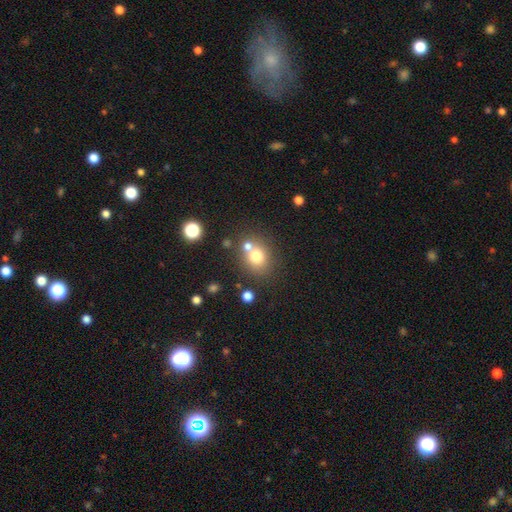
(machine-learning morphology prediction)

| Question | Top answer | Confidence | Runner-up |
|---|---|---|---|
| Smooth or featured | smooth | 74% | star or artifact (14%) |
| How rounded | round | 71% | in between (28%) |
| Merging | none | 60% | merger (26%) |